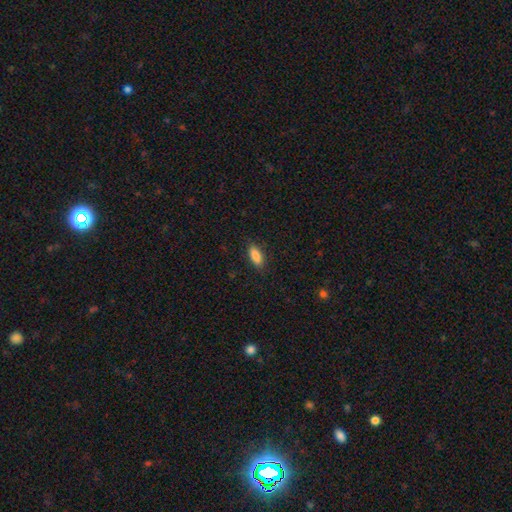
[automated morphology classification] Smooth or featured? smooth (87%)
How rounded? in between (80%)
Merging? none (86%)